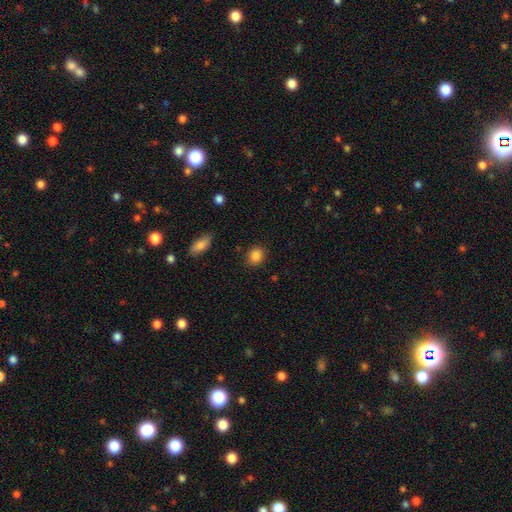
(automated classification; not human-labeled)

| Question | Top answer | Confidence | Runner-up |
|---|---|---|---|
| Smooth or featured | smooth | 86% | star or artifact (10%) |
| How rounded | round | 59% | in between (39%) |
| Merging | none | 87% | minor disturbance (9%) |